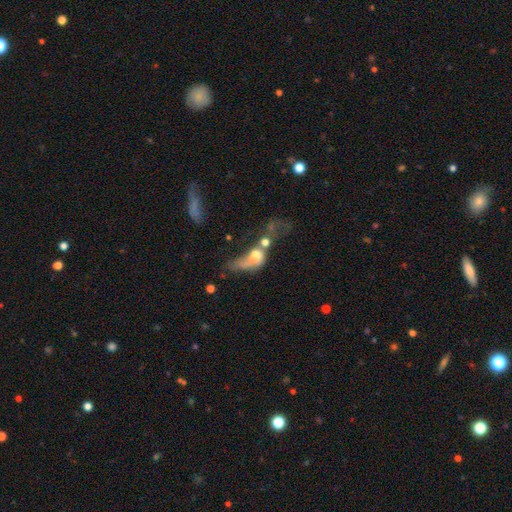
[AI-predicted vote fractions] Q: Smooth or featured?
A: smooth (50%); runner-up: featured or disk (37%)
Q: How rounded?
A: in between (60%); runner-up: round (28%)
Q: Merging?
A: merger (50%); runner-up: major disturbance (33%)